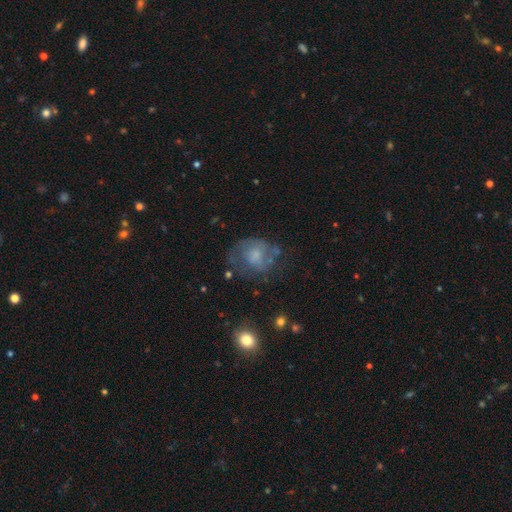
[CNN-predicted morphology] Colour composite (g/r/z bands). It shows a featured or disk galaxy (47%). Merging: none (45%).